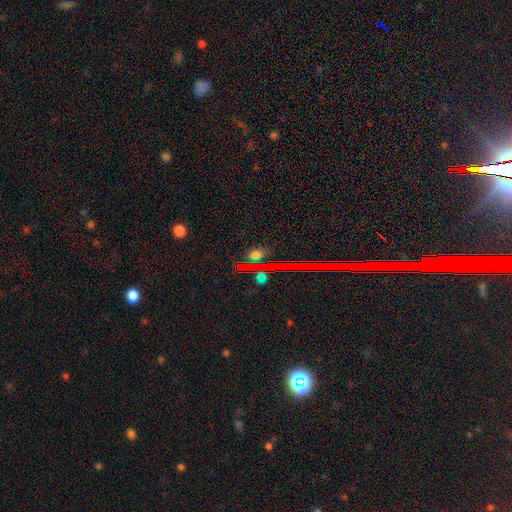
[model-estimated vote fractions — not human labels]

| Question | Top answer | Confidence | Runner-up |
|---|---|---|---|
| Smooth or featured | star or artifact | 50% | smooth (39%) |